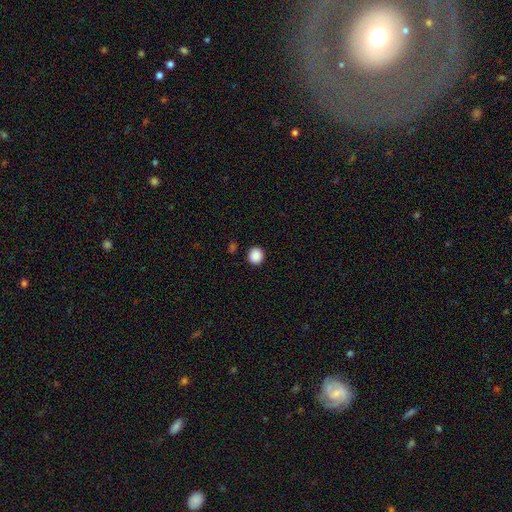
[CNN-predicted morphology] smooth_or_featured: smooth (p=0.89) [alt: star or artifact p=0.09]
how_rounded: round (p=0.93) [alt: in between p=0.06]
merging: none (p=0.92) [alt: minor disturbance p=0.05]